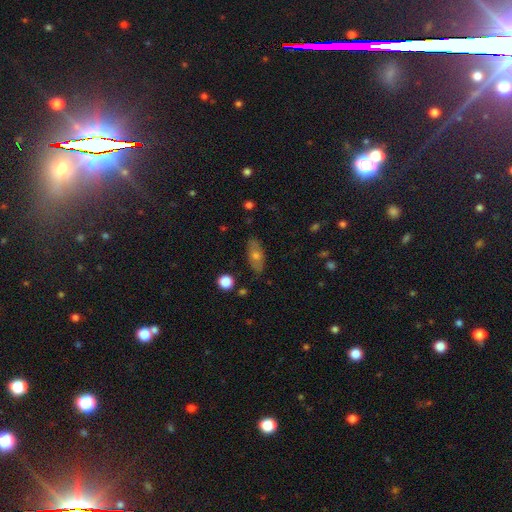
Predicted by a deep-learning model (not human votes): The model was most divided on "smooth or featured": smooth: 57%, featured or disk: 34%, star or artifact: 9%. More confident: how rounded — in between (83%); merging — none (82%).